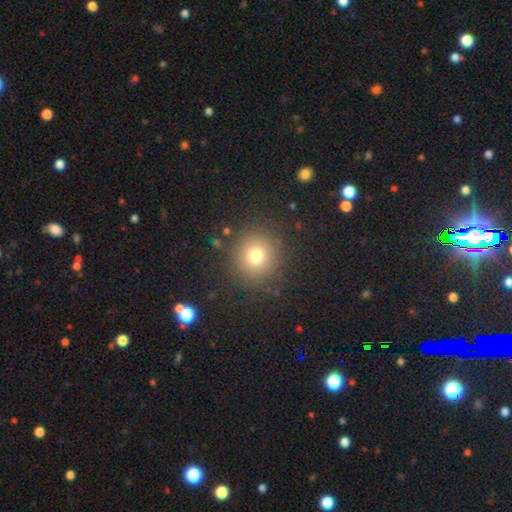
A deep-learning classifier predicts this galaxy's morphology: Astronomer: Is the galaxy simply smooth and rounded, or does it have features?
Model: smooth — 74%.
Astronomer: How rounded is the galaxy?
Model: round — 92%.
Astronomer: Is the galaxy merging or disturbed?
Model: none — 87%.